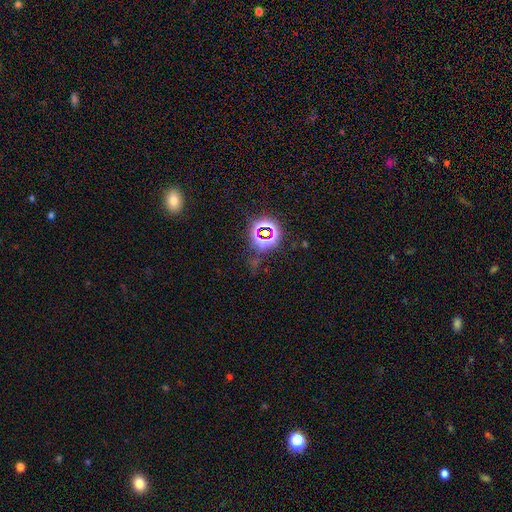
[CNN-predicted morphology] A star or artifact, not a galaxy (75%).

Vote fractions:
- Smooth or featured? star or artifact: 75% / smooth: 16% / featured or disk: 9%